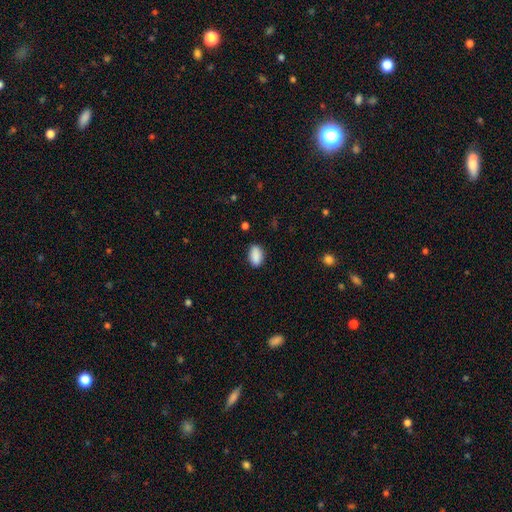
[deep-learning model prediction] smooth-or-featured: smooth: 90% | star or artifact: 7% | featured or disk: 3%
  how-rounded: in between: 90% | round: 7% | cigar-shaped: 3%
  merging: none: 85% | minor disturbance: 12% | major disturbance: 3% | merger: 1%